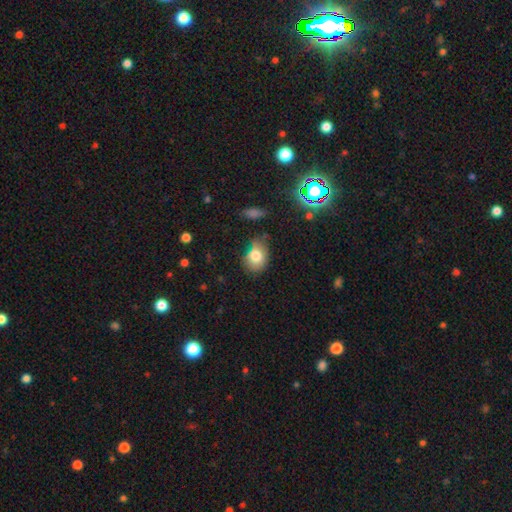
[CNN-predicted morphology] Overall: smooth (77%). How rounded: in between (63%; round 36%). Merging: none (57%; minor disturbance 28%).